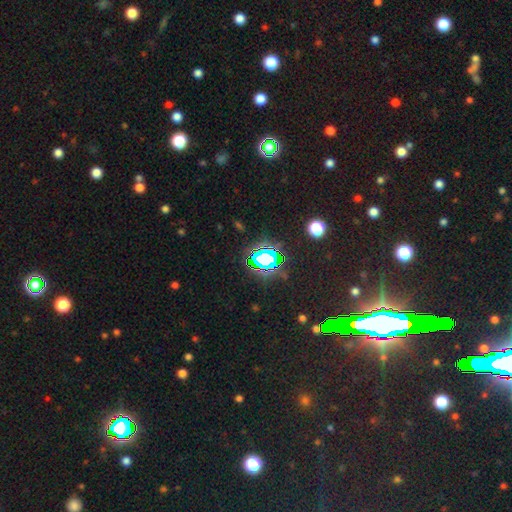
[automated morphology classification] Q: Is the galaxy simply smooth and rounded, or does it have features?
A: star or artifact — 78%.